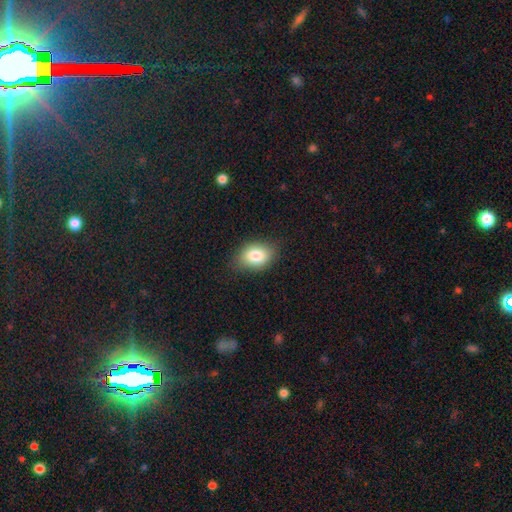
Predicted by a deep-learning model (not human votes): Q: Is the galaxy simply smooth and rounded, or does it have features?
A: smooth — 82%.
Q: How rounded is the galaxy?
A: in between — 80%.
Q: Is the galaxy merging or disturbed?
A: none — 81%.